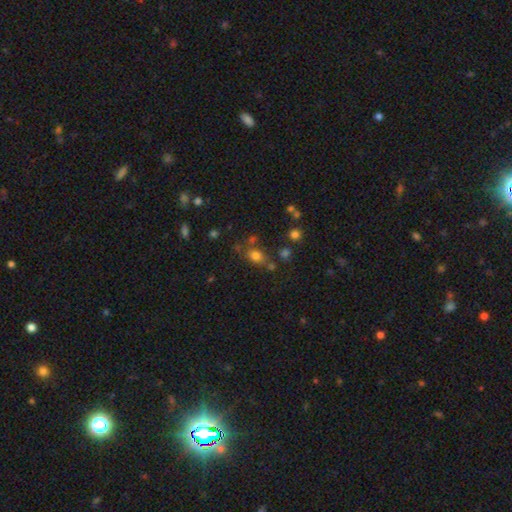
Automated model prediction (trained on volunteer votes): Q: Smooth or featured?
A: smooth (73%); runner-up: star or artifact (16%)
Q: How rounded?
A: in between (62%); runner-up: round (35%)
Q: Merging?
A: none (62%); runner-up: minor disturbance (17%)